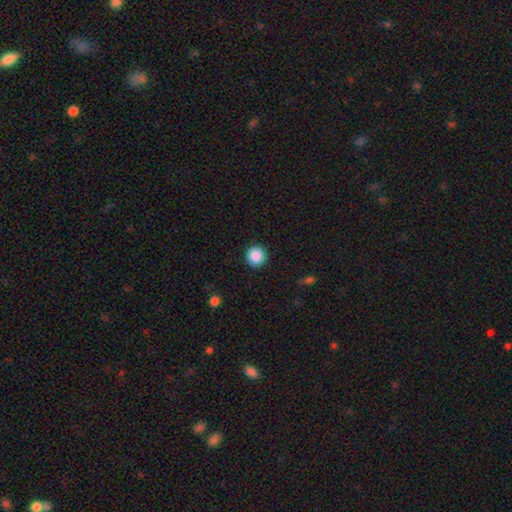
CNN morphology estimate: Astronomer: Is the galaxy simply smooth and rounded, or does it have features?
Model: smooth — 88%.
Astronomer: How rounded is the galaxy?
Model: round — 95%.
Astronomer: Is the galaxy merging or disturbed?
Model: none — 92%.